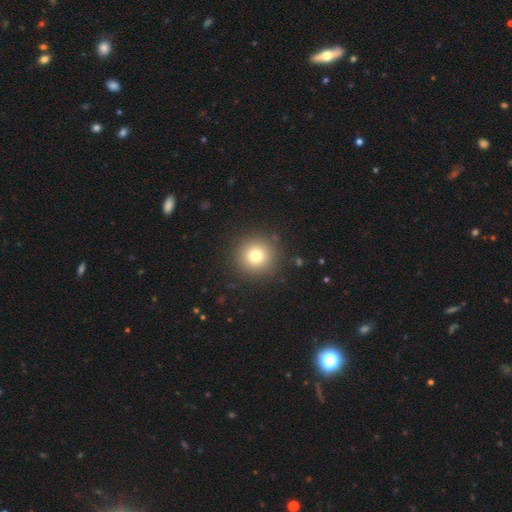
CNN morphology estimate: smooth_or_featured: smooth (p=0.77) [alt: star or artifact p=0.13]
how_rounded: round (p=0.94) [alt: in between p=0.05]
merging: none (p=0.90) [alt: minor disturbance p=0.06]